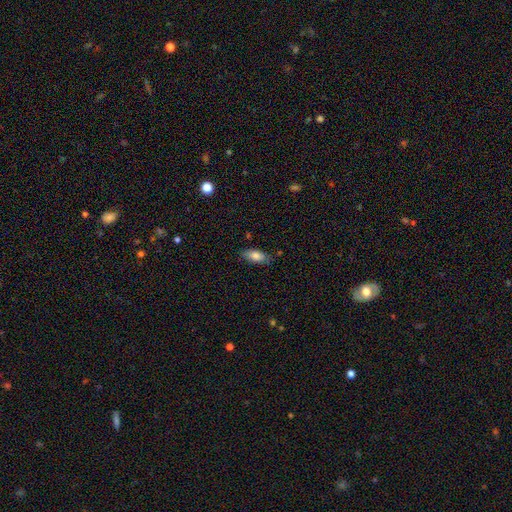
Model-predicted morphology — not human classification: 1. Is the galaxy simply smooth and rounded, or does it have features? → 81% smooth, 12% featured or disk, 7% star or artifact.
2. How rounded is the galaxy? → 87% in between, 11% cigar-shaped, 3% round.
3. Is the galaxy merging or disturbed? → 78% none, 17% minor disturbance, 3% major disturbance, 2% merger.